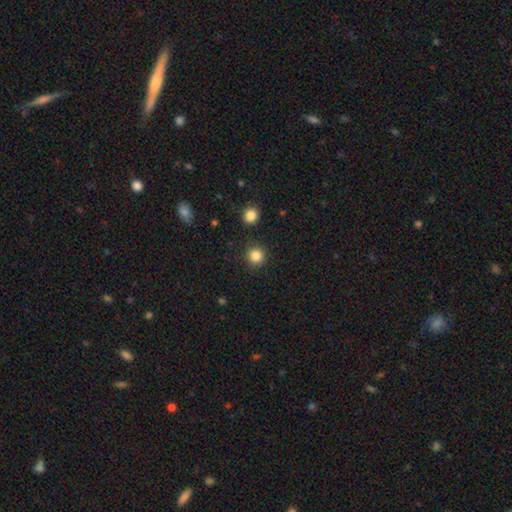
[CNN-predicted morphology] This appears to be a smooth galaxy with no disk features (85%) that is round (94%). Merging: none (91%).